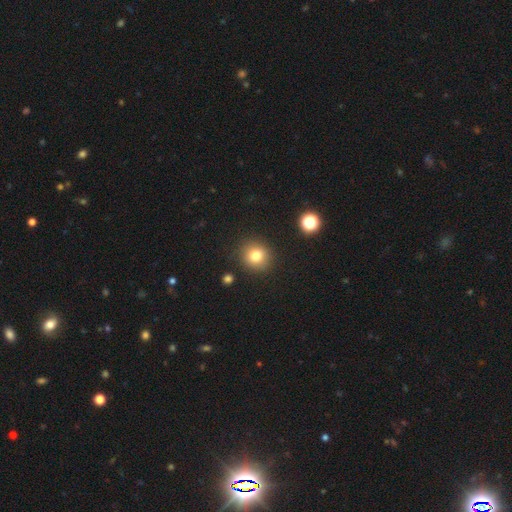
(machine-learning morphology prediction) Overall: smooth (80%). How rounded: round (86%). Merging: none (88%).